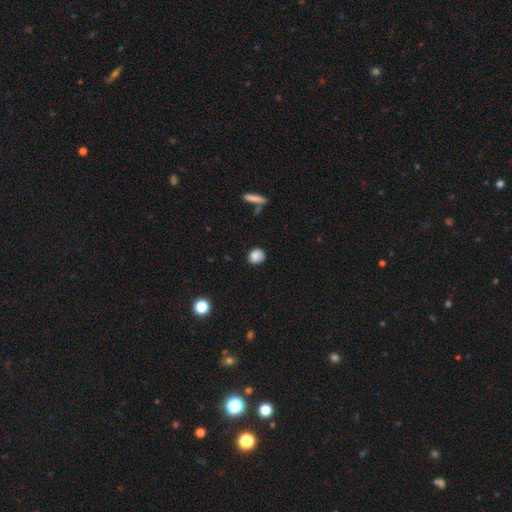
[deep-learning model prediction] This is clearly a smooth galaxy (83%). How rounded: likely round (76%). Merging: likely none (79%).